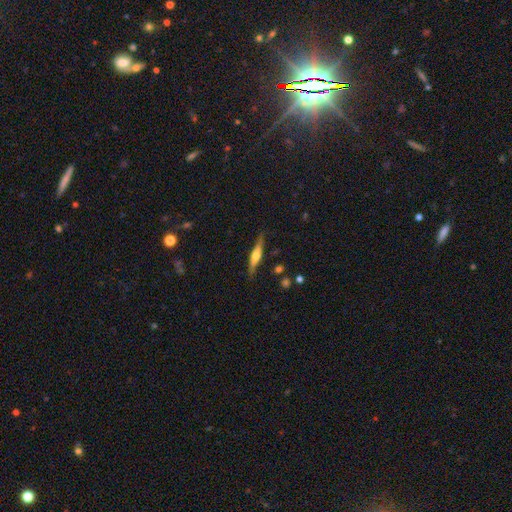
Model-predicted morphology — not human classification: Q: Smooth or featured?
A: featured or disk (65%); runner-up: smooth (29%)
Q: Edge-on disk?
A: yes (96%); runner-up: no (4%)
Q: Edge-on bulge?
A: rounded (88%); runner-up: boxy (8%)
Q: Merging?
A: none (84%); runner-up: minor disturbance (12%)